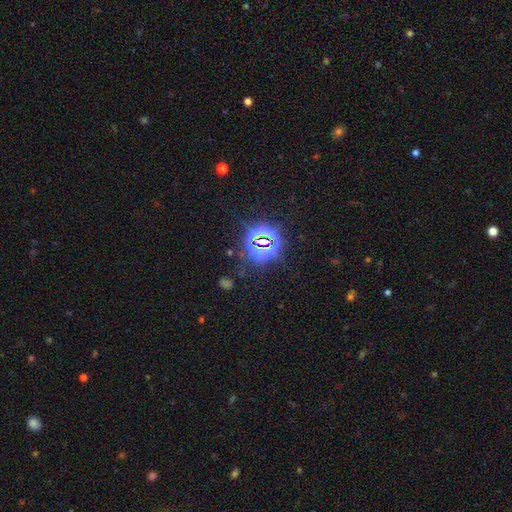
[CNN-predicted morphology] Smooth or featured: star or artifact — 80% (smooth — 13%)